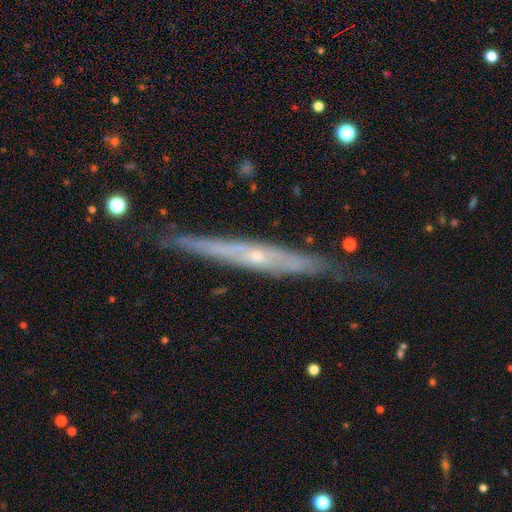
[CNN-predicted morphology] type=featured or disk (74%); edge-on=yes (91%); edge-on bulge=rounded (48%, tied with none); merging=none (77%).